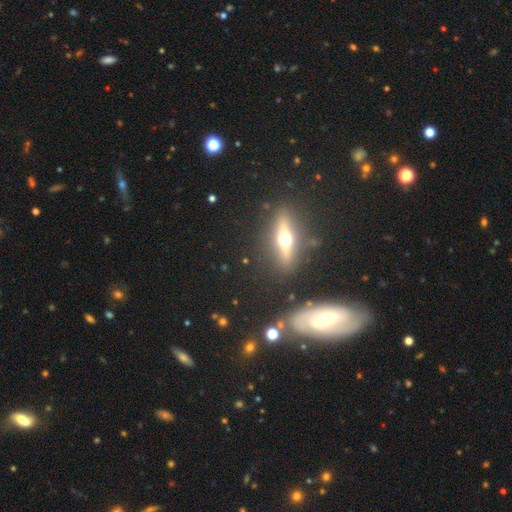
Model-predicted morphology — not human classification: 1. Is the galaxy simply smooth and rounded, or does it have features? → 57% featured or disk, 27% smooth, 17% star or artifact.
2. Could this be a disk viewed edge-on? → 76% yes, 24% no.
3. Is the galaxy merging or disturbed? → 73% none, 12% minor disturbance, 9% merger, 5% major disturbance.